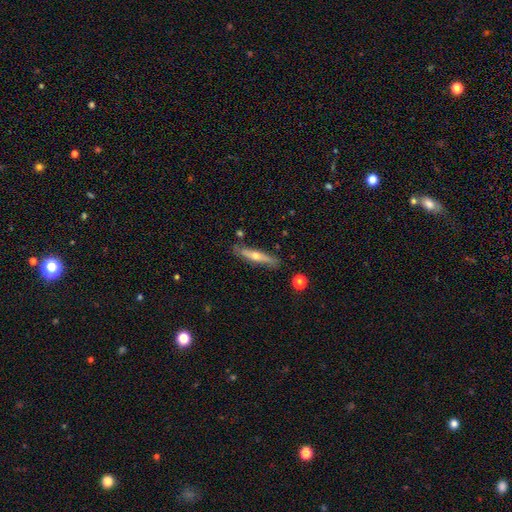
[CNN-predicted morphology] featured or disk 59%, smooth 34%, star or artifact 6%. Down the decision tree: edge-on disk — yes (91%); edge-on bulge — rounded (88%); merging — none (82%).